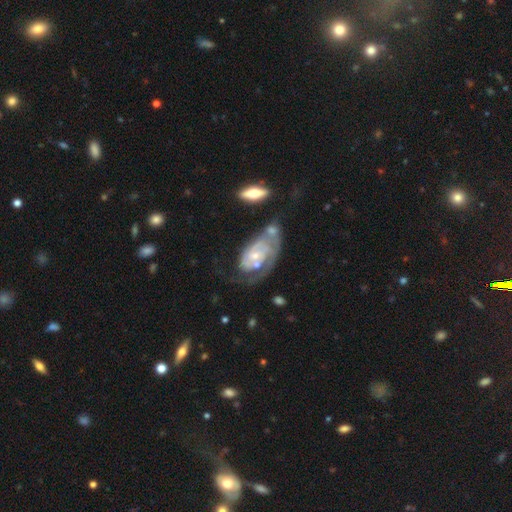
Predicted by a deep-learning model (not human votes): A featured or disk galaxy (80%) with no bar (73%), 2 (33%) tight (56%) spiral arms (87%) and a small central bulge (66%).

Vote fractions:
- Smooth or featured? featured or disk: 80% / smooth: 14% / star or artifact: 6%
- Edge-on disk? no: 96% / yes: 4%
- Bar? no: 73% / weak: 22% / strong: 5%
- Spiral arms? yes: 87% / no: 13%
- Spiral winding? tight: 56% / medium: 29% / loose: 14%
- Spiral arm count? 2: 33% / 1: 29% / can't tell: 28% / 3: 6% / 4: 2% / more than 4: 2%
- Bulge size? small: 66% / moderate: 27% / none: 4% / large: 2% / dominant: 1%
- Merging? major disturbance: 30% / none: 29% / merger: 22% / minor disturbance: 20%